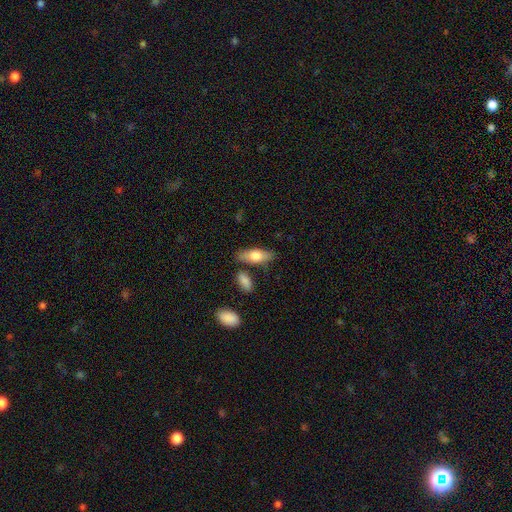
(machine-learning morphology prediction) A smooth galaxy with no disk features (69%) that is in between round and cigar-shaped (71%). Merging: none (76%).